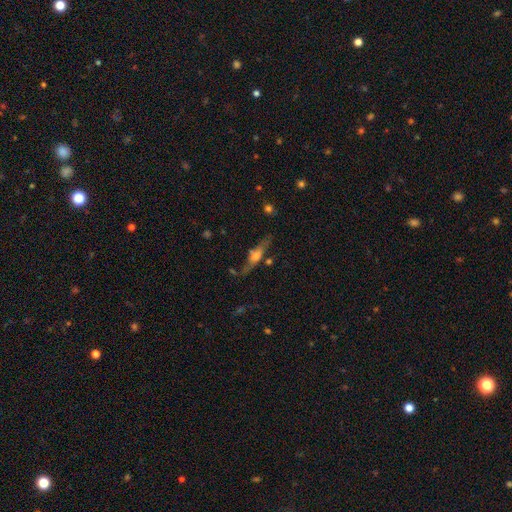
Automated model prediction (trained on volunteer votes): The model was most divided on "smooth or featured": featured or disk: 61%, smooth: 31%, star or artifact: 8%. More confident: edge-on disk — yes (81%); merging — none (64%).